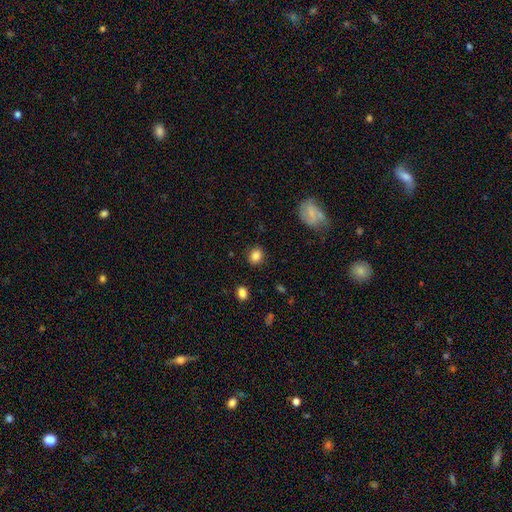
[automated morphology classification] The model was most divided on "how rounded": round: 61%, in between: 38%, cigar-shaped: 1%. More confident: merging — none (87%); smooth or featured — smooth (85%).